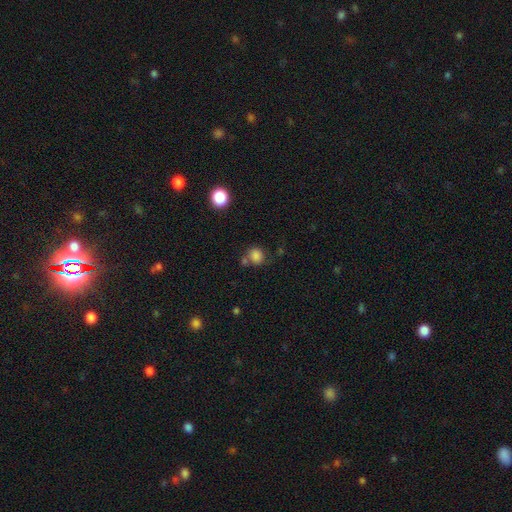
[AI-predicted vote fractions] This appears to be a smooth galaxy with no disk features (81%) that is round (77%). Merging: none (60%).